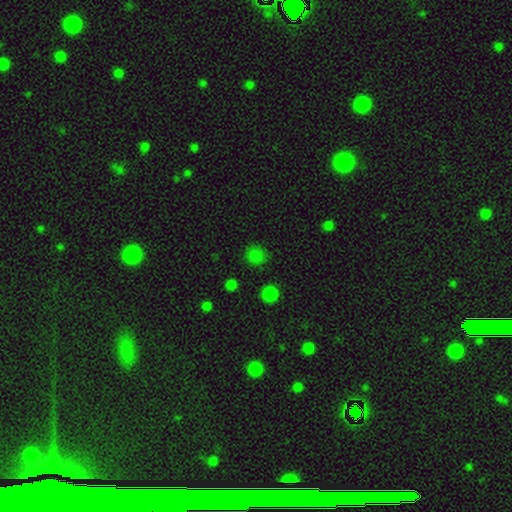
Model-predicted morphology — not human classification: Smooth or featured?
  - smooth: 75% *
  - star or artifact: 22%
  - featured or disk: 4%
How rounded?
  - round: 89% *
  - in between: 10%
  - cigar-shaped: 1%
Merging?
  - none: 85% *
  - minor disturbance: 9%
  - major disturbance: 3%
  - merger: 2%